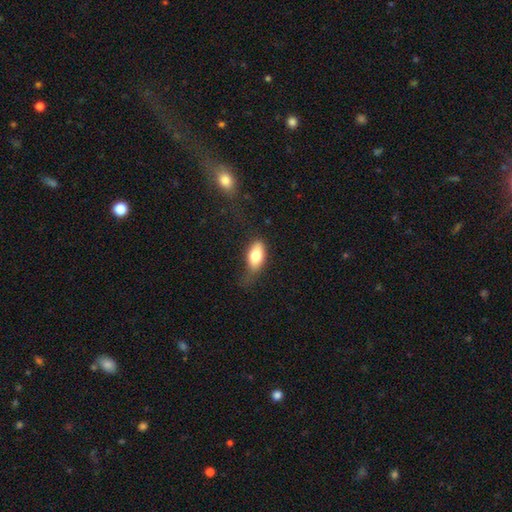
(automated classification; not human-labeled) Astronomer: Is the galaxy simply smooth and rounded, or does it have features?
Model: smooth — 75%.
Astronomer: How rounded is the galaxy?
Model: in between — 87%.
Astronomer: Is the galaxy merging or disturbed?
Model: none — 51% (runner-up: minor disturbance, 31%).